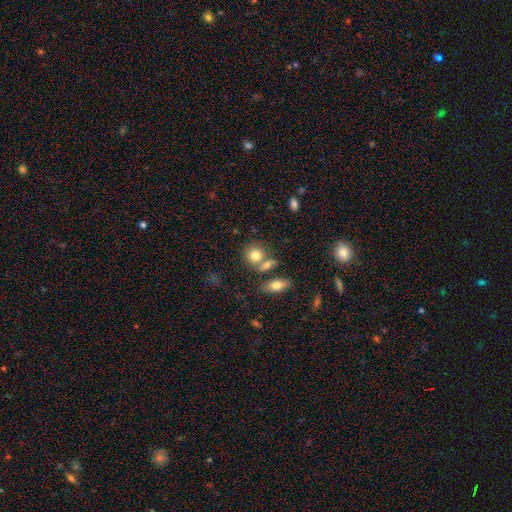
smooth_or_featured: smooth (p=0.75) [alt: featured or disk p=0.15]
how_rounded: round (p=0.77) [alt: in between p=0.20]
merging: none (p=0.50) [alt: merger p=0.36]